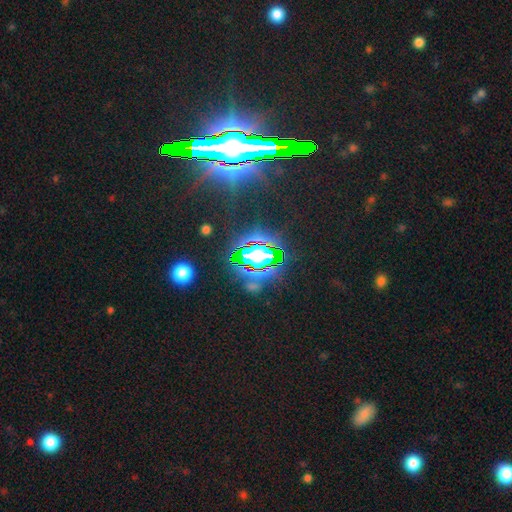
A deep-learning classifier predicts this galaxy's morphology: This appears to be a star or artifact, not a galaxy (75%).